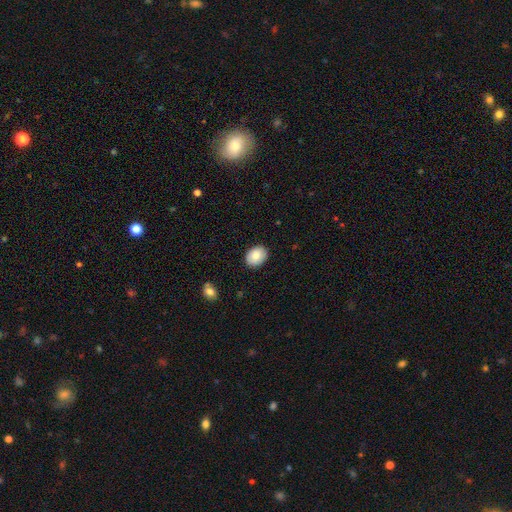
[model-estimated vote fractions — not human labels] This is clearly a smooth galaxy (85%). How rounded: likely in between (62%). Merging: clearly none (88%).